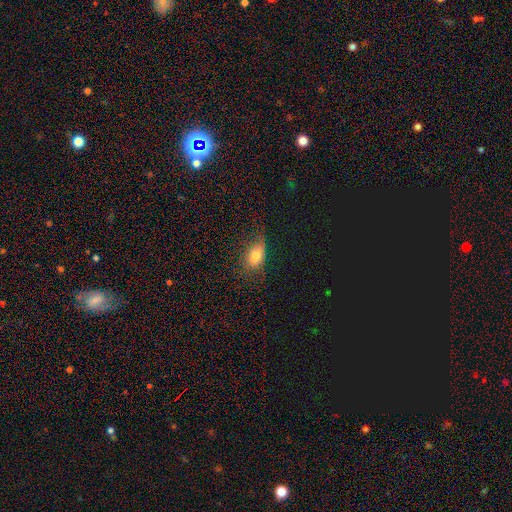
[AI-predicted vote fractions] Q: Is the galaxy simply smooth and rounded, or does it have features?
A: smooth — 74%.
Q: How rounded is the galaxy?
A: in between — 85%.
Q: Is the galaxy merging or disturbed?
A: none — 57%.